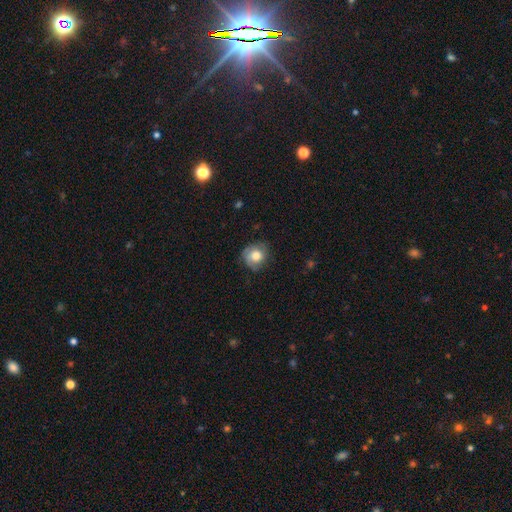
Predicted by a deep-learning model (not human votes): Q: Smooth or featured?
A: smooth (59%); runner-up: featured or disk (33%)
Q: How rounded?
A: round (80%); runner-up: in between (19%)
Q: Merging?
A: none (68%); runner-up: minor disturbance (23%)